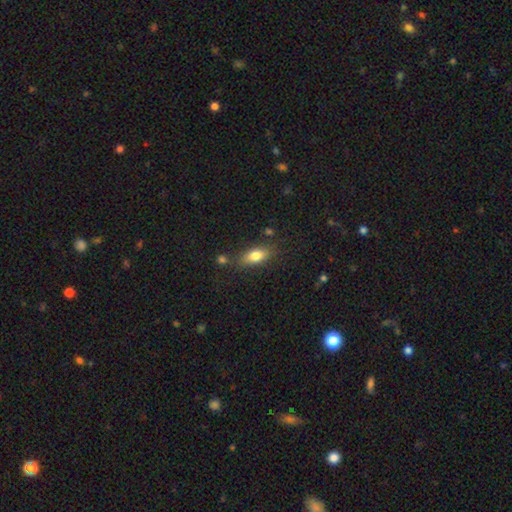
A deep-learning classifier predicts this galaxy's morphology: Q: Smooth or featured?
A: smooth (78%); runner-up: featured or disk (14%)
Q: How rounded?
A: in between (80%); runner-up: cigar-shaped (14%)
Q: Merging?
A: none (73%); runner-up: minor disturbance (16%)